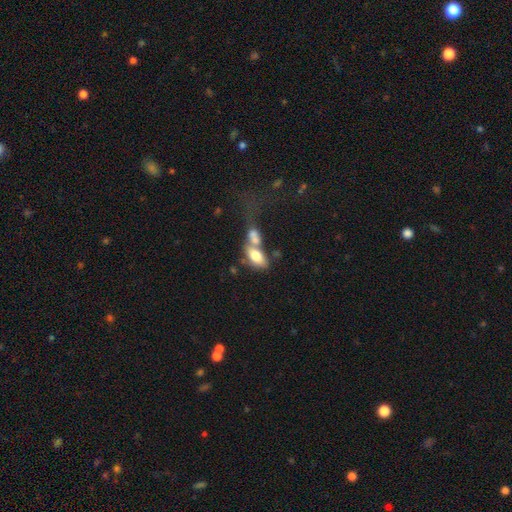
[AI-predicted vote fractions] smooth_or_featured: smooth (p=0.69) [alt: featured or disk p=0.23]
how_rounded: in between (p=0.85) [alt: cigar-shaped p=0.10]
merging: merger (p=0.62) [alt: none p=0.19]